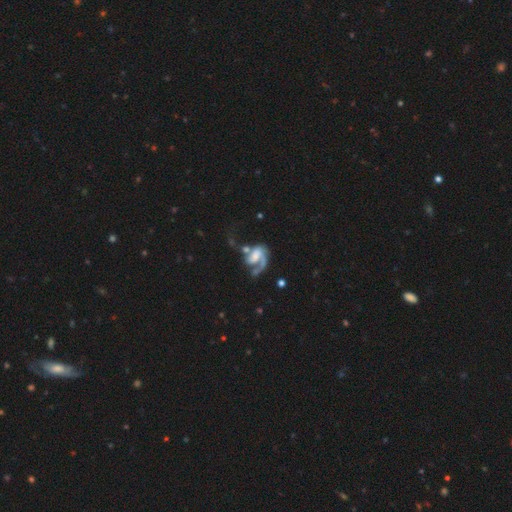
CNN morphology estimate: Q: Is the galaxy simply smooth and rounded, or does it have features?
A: featured or disk — 78%.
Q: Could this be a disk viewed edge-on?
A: no — 98%.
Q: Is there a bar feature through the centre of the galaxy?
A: no — 46%.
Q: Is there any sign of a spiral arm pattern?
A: yes — 89%.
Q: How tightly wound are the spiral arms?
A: medium — 40%.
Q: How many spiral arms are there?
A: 1 — 67%.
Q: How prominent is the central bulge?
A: none — 28%.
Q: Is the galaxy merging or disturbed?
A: major disturbance — 39%.